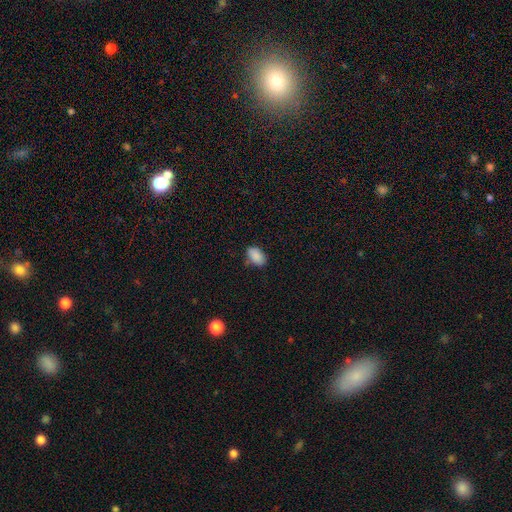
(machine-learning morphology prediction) Q: Smooth or featured?
A: smooth (88%); runner-up: star or artifact (8%)
Q: How rounded?
A: in between (90%); runner-up: round (8%)
Q: Merging?
A: none (77%); runner-up: minor disturbance (18%)